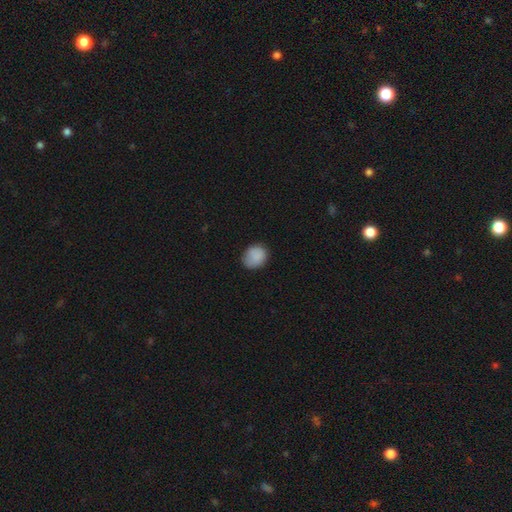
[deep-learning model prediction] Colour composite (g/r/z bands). It shows a smooth galaxy with no disk features (87%) that is round (62%). Merging: none (77%).